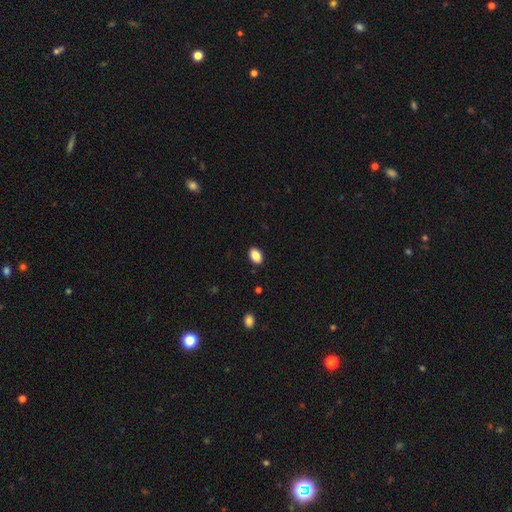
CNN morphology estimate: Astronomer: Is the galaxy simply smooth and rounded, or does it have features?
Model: smooth — 87%.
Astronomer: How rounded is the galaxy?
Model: in between — 87%.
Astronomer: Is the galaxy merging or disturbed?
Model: none — 89%.